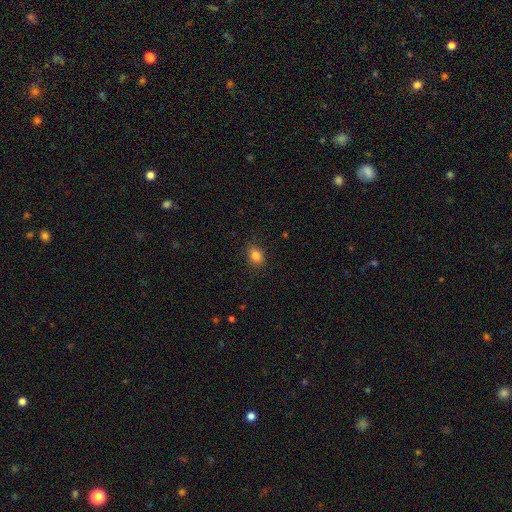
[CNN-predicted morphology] Smooth or featured? smooth (83%)
How rounded? in between (57%)
Merging? none (86%)